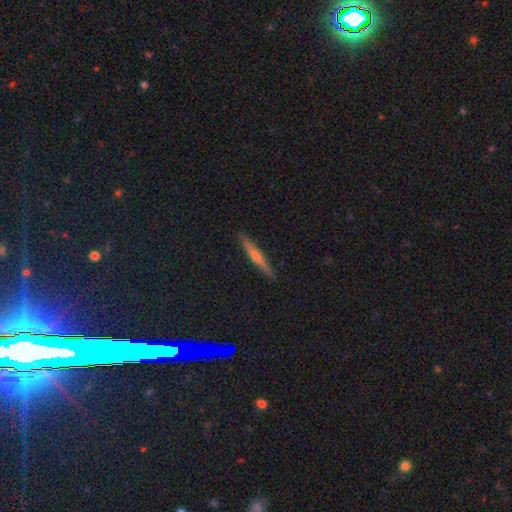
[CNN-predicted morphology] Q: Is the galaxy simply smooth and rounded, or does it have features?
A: featured or disk — 48%.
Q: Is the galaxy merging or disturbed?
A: none — 91%.